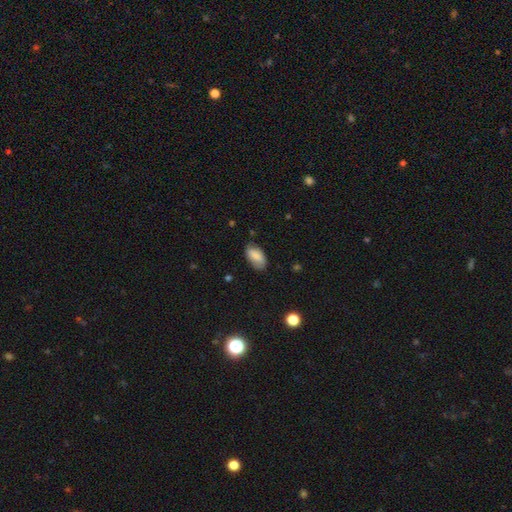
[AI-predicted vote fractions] Overall: smooth (83%). How rounded: in between (94%). Merging: none (73%).